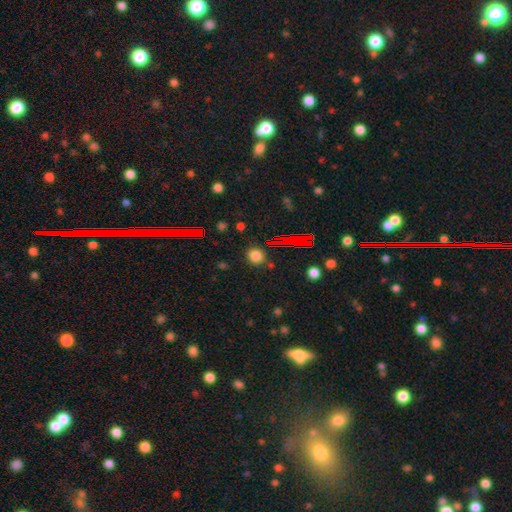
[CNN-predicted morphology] smooth 75%, star or artifact 20%, featured or disk 6%. Down the decision tree: how rounded — round (88%); merging — none (84%).